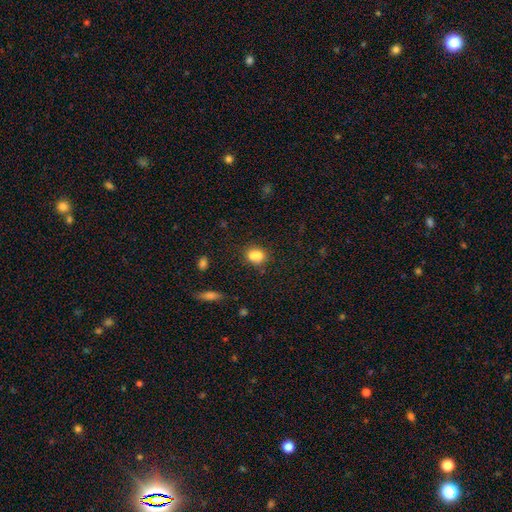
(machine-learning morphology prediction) Q: Smooth or featured?
A: smooth (74%); runner-up: featured or disk (15%)
Q: How rounded?
A: round (55%); runner-up: in between (44%)
Q: Merging?
A: merger (47%); runner-up: none (37%)